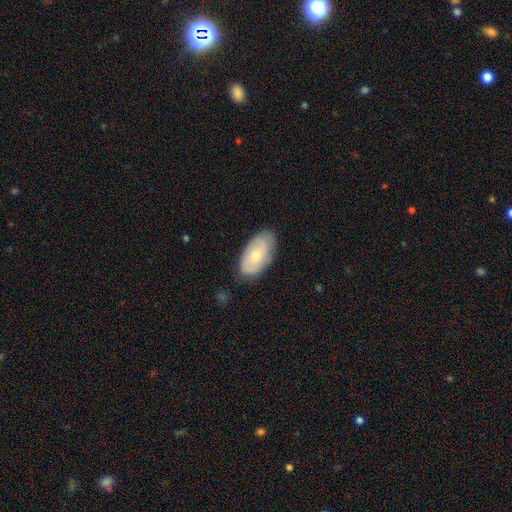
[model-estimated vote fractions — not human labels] Smooth or featured: smooth — 58% (featured or disk — 36%)
How rounded: in between — 94% (round — 3%)
Merging: none — 76% (minor disturbance — 19%)